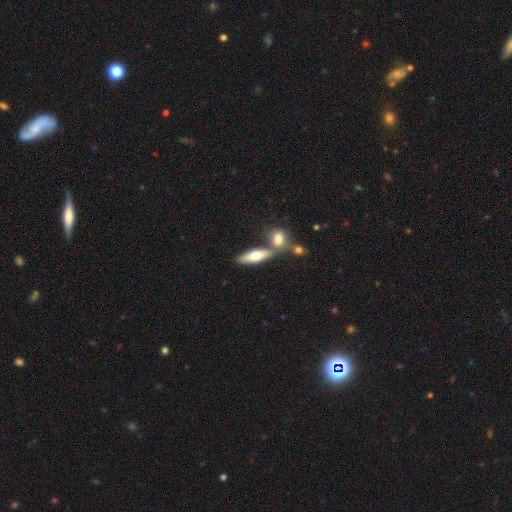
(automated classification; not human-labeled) Smooth or featured: smooth — 65% (featured or disk — 29%)
How rounded: cigar-shaped — 50% (in between — 47%)
Merging: none — 55% (merger — 32%)